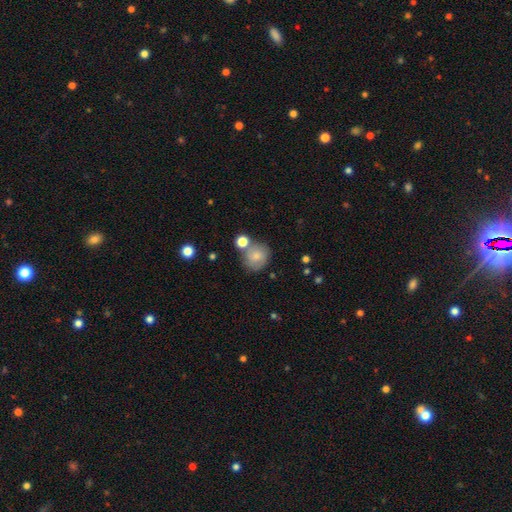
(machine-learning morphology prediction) Overall: smooth (73%). How rounded: round (84%). Merging: none (60%).